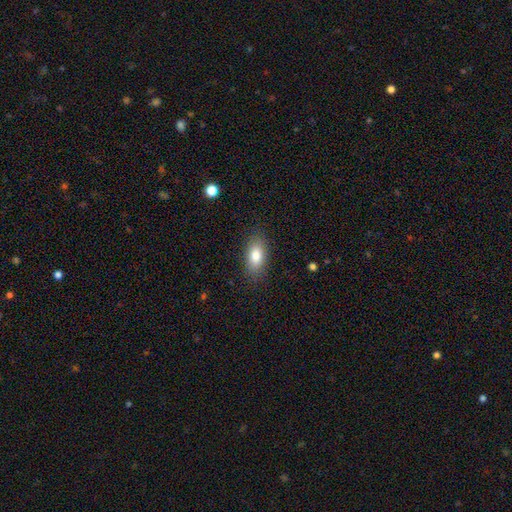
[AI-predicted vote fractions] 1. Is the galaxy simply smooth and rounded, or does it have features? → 83% smooth, 10% featured or disk, 7% star or artifact.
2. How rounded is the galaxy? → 87% in between, 9% cigar-shaped, 5% round.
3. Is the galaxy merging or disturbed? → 85% none, 11% minor disturbance, 3% major disturbance, 1% merger.